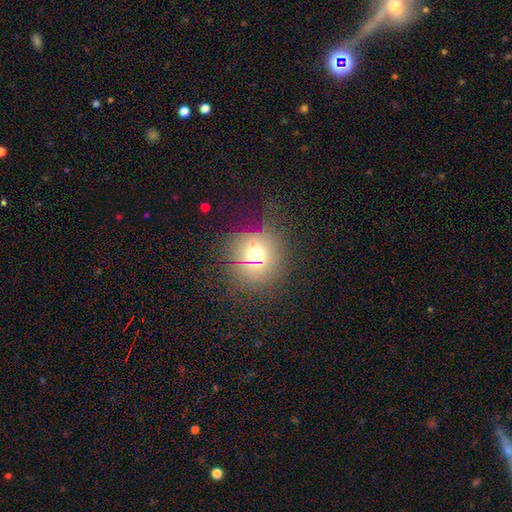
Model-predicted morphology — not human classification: Q: Smooth or featured?
A: smooth (59%); runner-up: star or artifact (24%)
Q: How rounded?
A: round (89%); runner-up: in between (9%)
Q: Merging?
A: none (73%); runner-up: minor disturbance (14%)